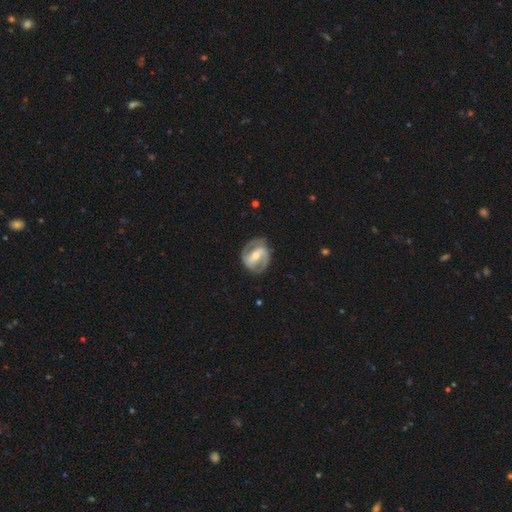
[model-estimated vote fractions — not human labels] Smooth or featured?
  - featured or disk: 84% *
  - smooth: 12%
  - star or artifact: 4%
Edge-on disk?
  - no: 97% *
  - yes: 3%
Bar?
  - strong: 53% *
  - weak: 33%
  - no: 15%
Spiral arms?
  - yes: 89% *
  - no: 11%
Spiral winding?
  - medium: 47% *
  - tight: 36%
  - loose: 17%
Spiral arm count?
  - 2: 88% *
  - can't tell: 6%
  - 1: 3%
  - 3: 2%
  - 4: 1%
  - more than 4: 1%
Bulge size?
  - moderate: 56% *
  - small: 39%
  - large: 3%
  - none: 1%
  - dominant: 1%
Merging?
  - none: 79% *
  - minor disturbance: 14%
  - major disturbance: 6%
  - merger: 1%